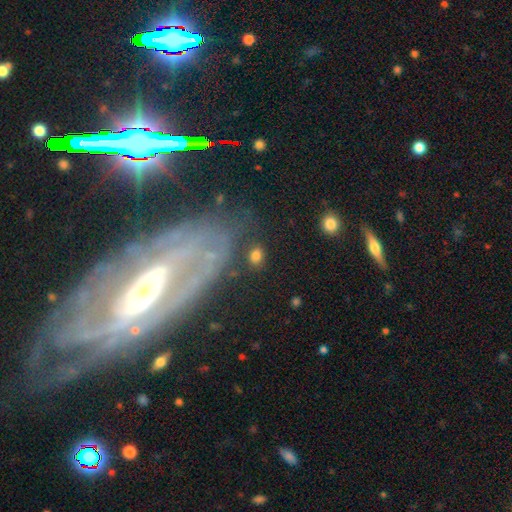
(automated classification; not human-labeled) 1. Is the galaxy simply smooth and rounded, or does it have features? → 78% smooth, 12% featured or disk, 11% star or artifact.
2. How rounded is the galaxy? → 64% in between, 34% round, 2% cigar-shaped.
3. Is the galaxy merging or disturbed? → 78% none, 12% minor disturbance, 6% major disturbance, 4% merger.